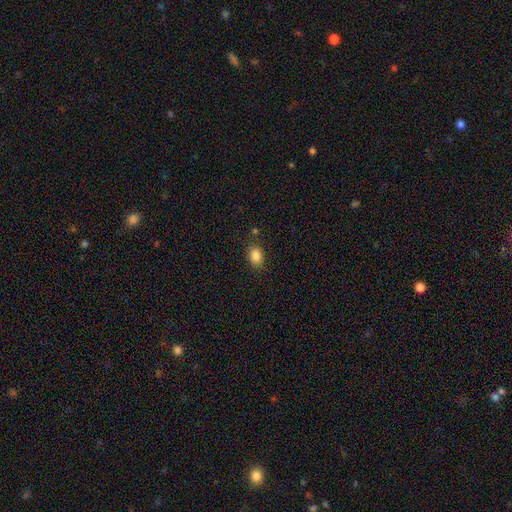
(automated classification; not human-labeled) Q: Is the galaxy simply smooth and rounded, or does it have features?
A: smooth — 86%.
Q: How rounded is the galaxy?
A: in between — 77%.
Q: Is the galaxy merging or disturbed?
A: none — 83%.